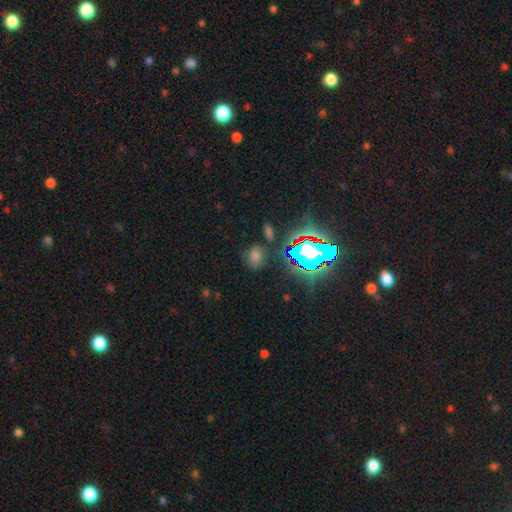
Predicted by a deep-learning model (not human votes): Smooth or featured? star or artifact (42%, tied with smooth)